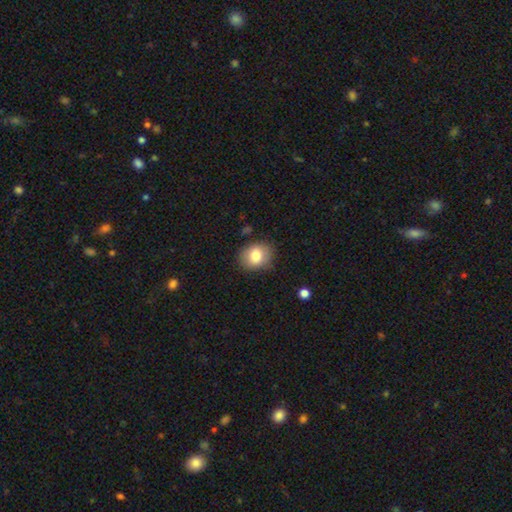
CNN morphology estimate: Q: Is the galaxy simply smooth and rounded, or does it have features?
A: smooth — 80%.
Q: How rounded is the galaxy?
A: round — 57%.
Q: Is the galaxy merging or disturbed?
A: none — 80%.